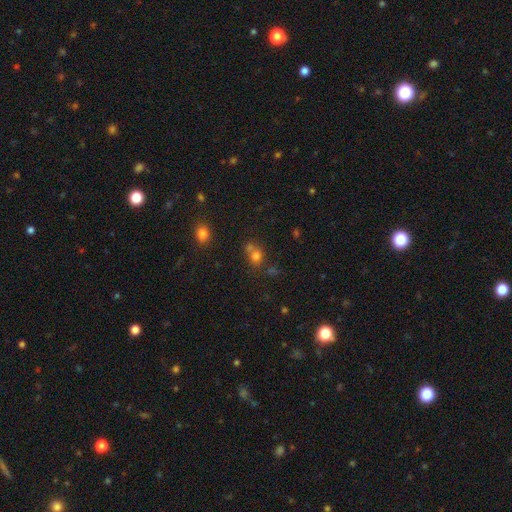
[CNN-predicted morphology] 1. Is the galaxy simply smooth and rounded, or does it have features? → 71% smooth, 18% star or artifact, 11% featured or disk.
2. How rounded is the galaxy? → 64% round, 35% in between, 1% cigar-shaped.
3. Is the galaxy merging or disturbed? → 43% none, 42% merger, 11% minor disturbance, 5% major disturbance.